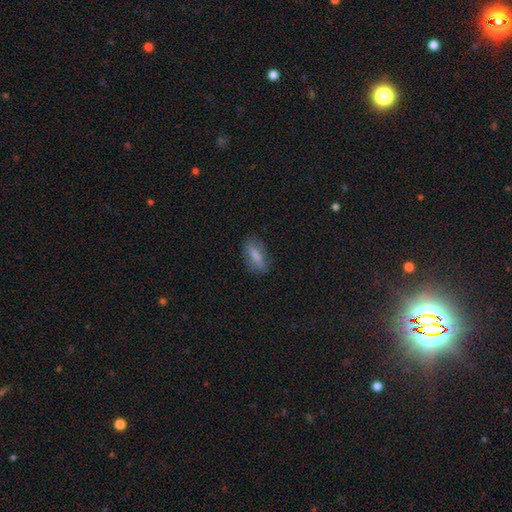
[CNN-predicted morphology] Overall: smooth (74%). How rounded: in between (73%). Merging: none (76%).